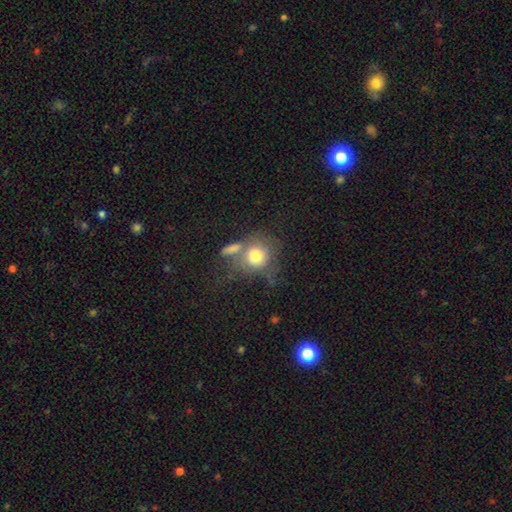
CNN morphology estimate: A smooth galaxy with no disk features (74%) that is round (81%).

Vote fractions:
- Smooth or featured? smooth: 74% / featured or disk: 16% / star or artifact: 10%
- How rounded? round: 81% / in between: 18% / cigar-shaped: 1%
- Merging? none: 42% / merger: 30% / minor disturbance: 15% / major disturbance: 13%